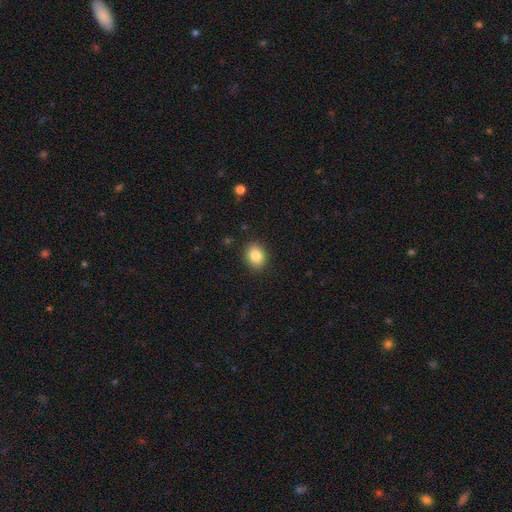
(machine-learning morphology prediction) Smooth or featured?
  - smooth: 85% *
  - star or artifact: 9%
  - featured or disk: 6%
How rounded?
  - in between: 51% *
  - round: 48%
  - cigar-shaped: 1%
Merging?
  - none: 89% *
  - minor disturbance: 7%
  - major disturbance: 2%
  - merger: 1%